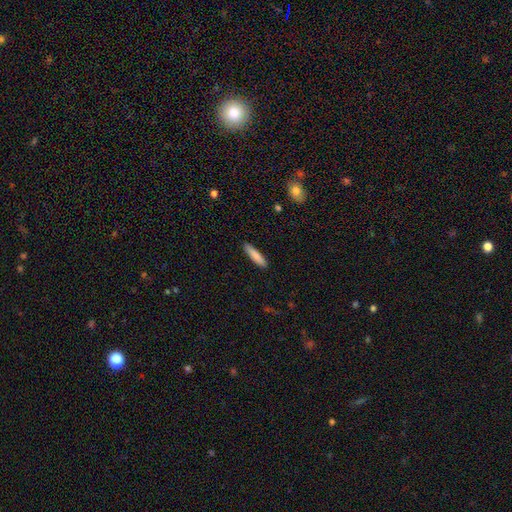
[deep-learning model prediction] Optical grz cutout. It shows a smooth galaxy with no disk features (83%) that is cigar-shaped (82%). Merging: none (90%).